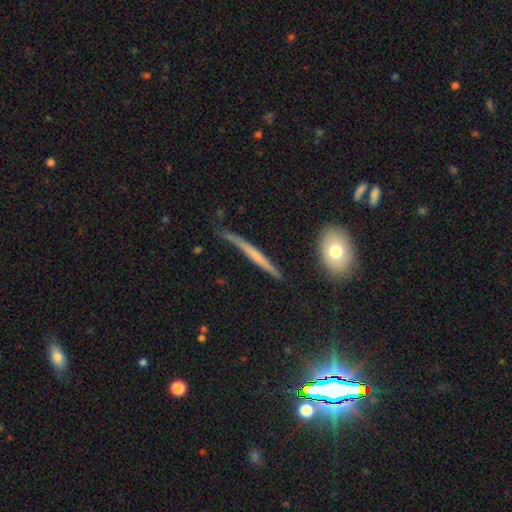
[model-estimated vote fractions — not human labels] This is possibly a featured or disk galaxy (56%). It is clearly viewed edge-on (95%). Edge-on bulge: likely none (73%). Merging: likely none (77%).